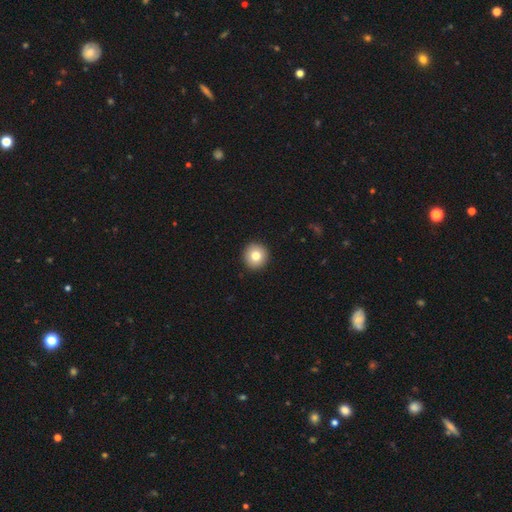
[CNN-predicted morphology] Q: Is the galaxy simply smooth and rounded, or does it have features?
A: smooth — 79%.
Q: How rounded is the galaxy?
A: round — 95%.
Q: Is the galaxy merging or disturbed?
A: none — 93%.